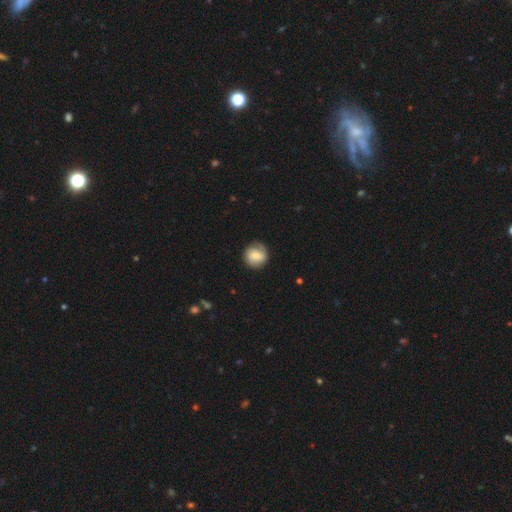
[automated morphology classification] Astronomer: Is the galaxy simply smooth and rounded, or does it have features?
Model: smooth — 58% (runner-up: featured or disk, 34%).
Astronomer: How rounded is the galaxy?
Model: round — 88%.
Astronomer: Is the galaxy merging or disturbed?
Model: none — 77%.